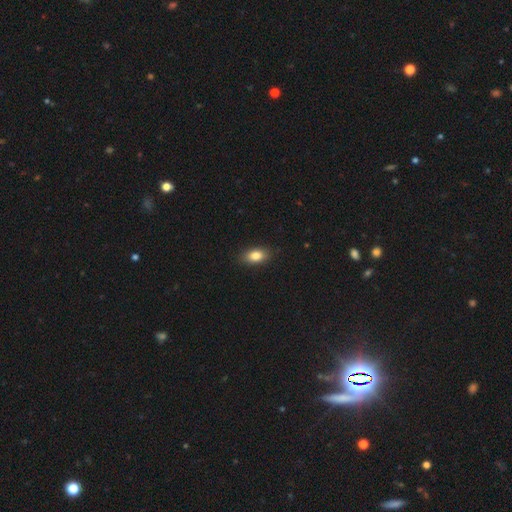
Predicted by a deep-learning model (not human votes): smooth 83%, star or artifact 8%, featured or disk 8%. Down the decision tree: how rounded — in between (87%); merging — none (88%).